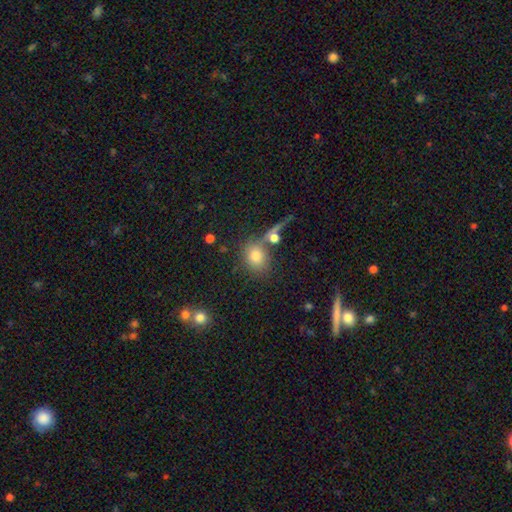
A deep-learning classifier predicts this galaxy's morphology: The model was most divided on "how rounded": round: 58%, in between: 40%, cigar-shaped: 2%. More confident: smooth or featured — smooth (76%); merging — none (64%).